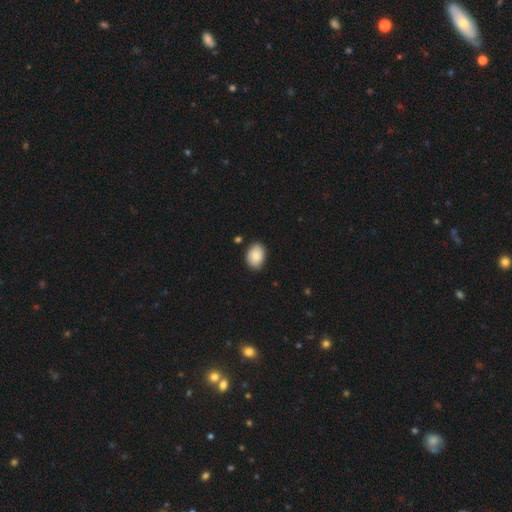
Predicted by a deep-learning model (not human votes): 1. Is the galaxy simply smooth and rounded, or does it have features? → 84% smooth, 9% featured or disk, 7% star or artifact.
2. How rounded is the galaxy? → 79% in between, 21% round, 1% cigar-shaped.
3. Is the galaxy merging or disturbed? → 84% none, 12% minor disturbance, 2% major disturbance, 2% merger.